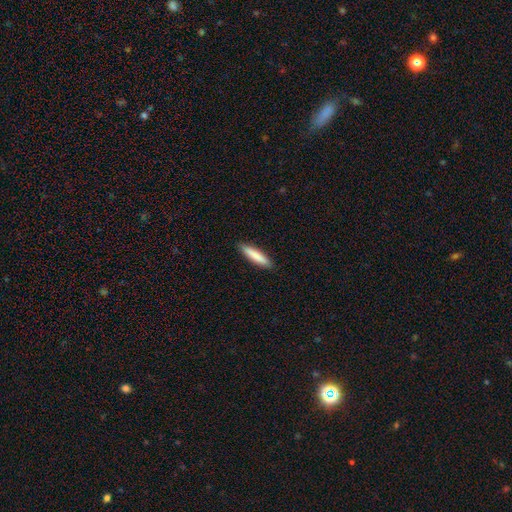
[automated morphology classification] Overall: smooth (84%). How rounded: cigar-shaped (83%). Merging: none (90%).